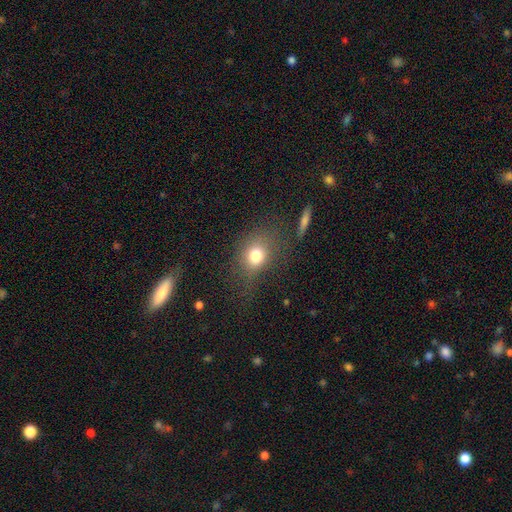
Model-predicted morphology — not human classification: Q: Smooth or featured?
A: smooth (76%); runner-up: star or artifact (13%)
Q: How rounded?
A: round (51%); runner-up: in between (48%)
Q: Merging?
A: none (64%); runner-up: minor disturbance (20%)